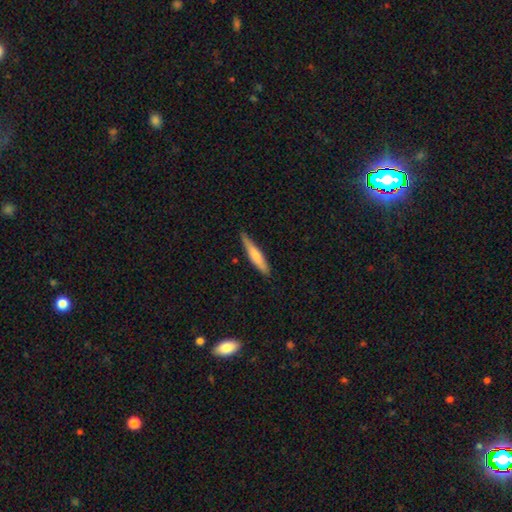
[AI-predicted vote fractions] Q: Smooth or featured?
A: smooth (69%); runner-up: featured or disk (26%)
Q: How rounded?
A: cigar-shaped (89%); runner-up: in between (10%)
Q: Merging?
A: none (78%); runner-up: minor disturbance (18%)